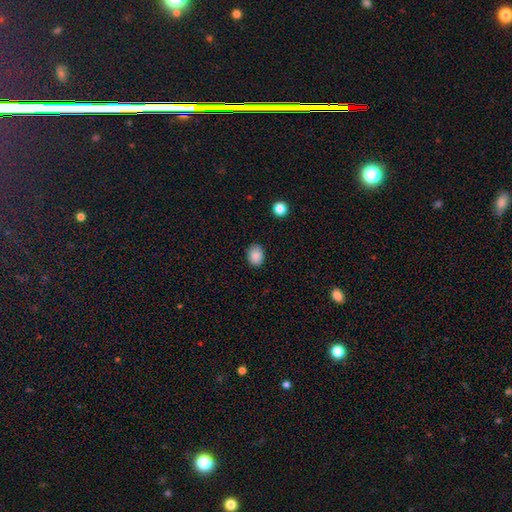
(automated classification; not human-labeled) Overall: smooth (87%). How rounded: in between (62%; round 37%). Merging: none (85%).